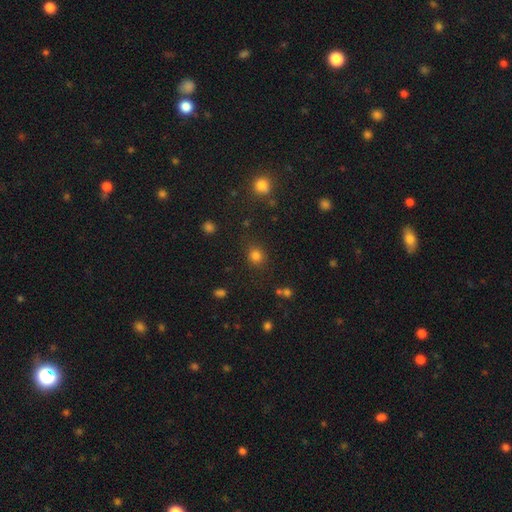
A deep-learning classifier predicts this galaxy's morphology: This appears to be a smooth galaxy with no disk features (79%) that is round (83%). Merging: none (83%).